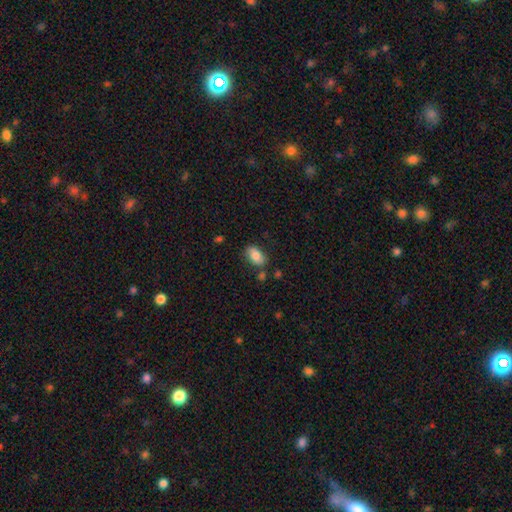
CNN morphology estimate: A smooth galaxy with no disk features (82%) that is in between round and cigar-shaped (91%).

Vote fractions:
- Smooth or featured? smooth: 82% / featured or disk: 11% / star or artifact: 8%
- How rounded? in between: 91% / round: 6% / cigar-shaped: 3%
- Merging? none: 76% / minor disturbance: 15% / merger: 6% / major disturbance: 3%